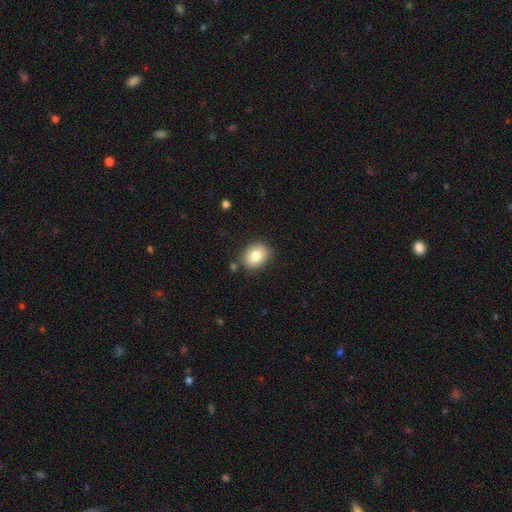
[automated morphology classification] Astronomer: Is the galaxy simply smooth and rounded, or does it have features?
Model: smooth — 82%.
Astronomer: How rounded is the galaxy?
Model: in between — 60% (runner-up: round, 39%).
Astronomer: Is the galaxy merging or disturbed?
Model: none — 83%.